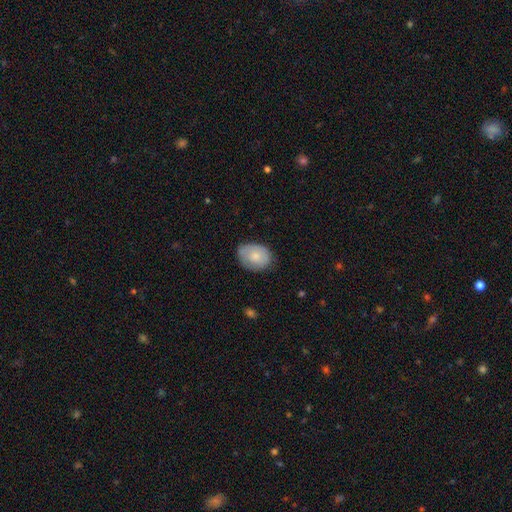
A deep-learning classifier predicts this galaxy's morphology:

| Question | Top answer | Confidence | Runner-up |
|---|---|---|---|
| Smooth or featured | smooth | 76% | featured or disk (18%) |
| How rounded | in between | 60% | round (39%) |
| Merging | none | 71% | minor disturbance (23%) |